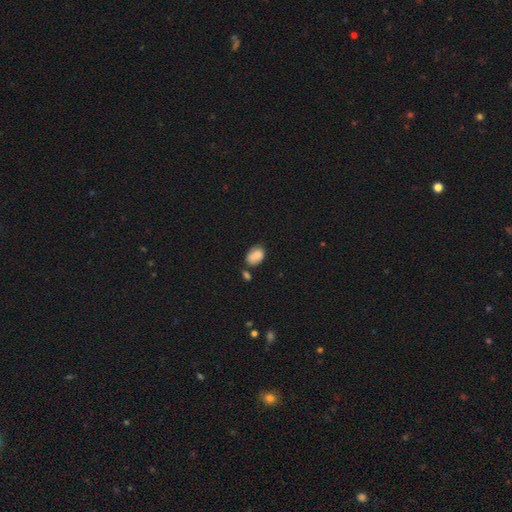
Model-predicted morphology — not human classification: smooth 85%, star or artifact 8%, featured or disk 7%. Down the decision tree: how rounded — in between (85%); merging — none (57%).